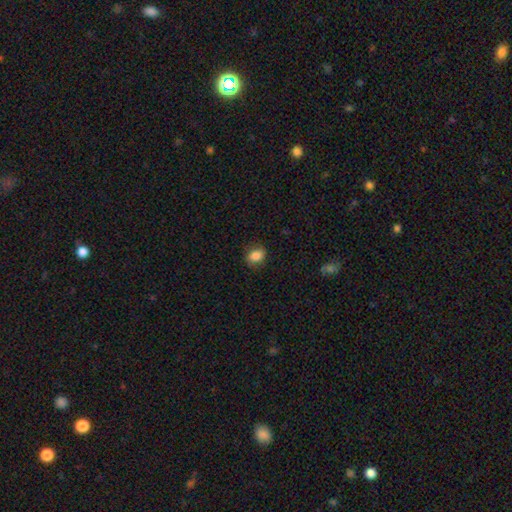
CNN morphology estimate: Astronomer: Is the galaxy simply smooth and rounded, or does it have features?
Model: smooth — 85%.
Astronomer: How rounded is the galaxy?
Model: in between — 64%.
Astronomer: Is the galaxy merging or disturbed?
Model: none — 80%.